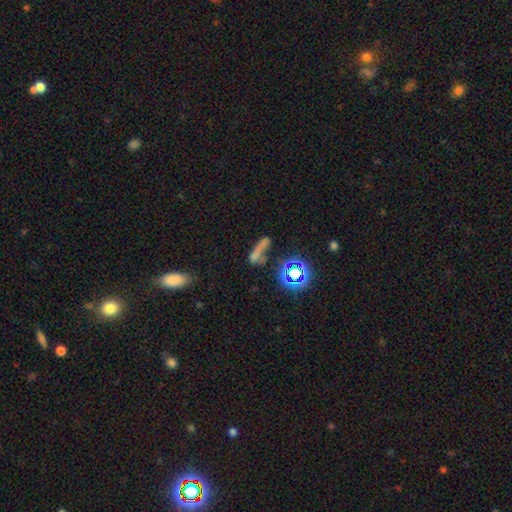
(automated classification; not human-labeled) Q: Smooth or featured?
A: smooth (48%); runner-up: star or artifact (32%)
Q: Merging?
A: none (36%); runner-up: merger (29%)